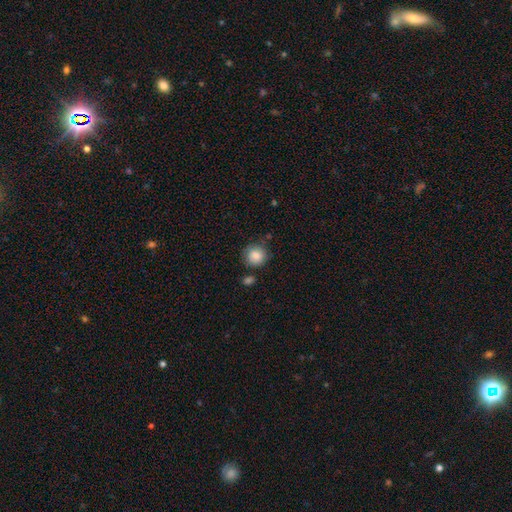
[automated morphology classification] This appears to be a smooth galaxy with no disk features (86%) that is round (89%). Merging: none (78%).